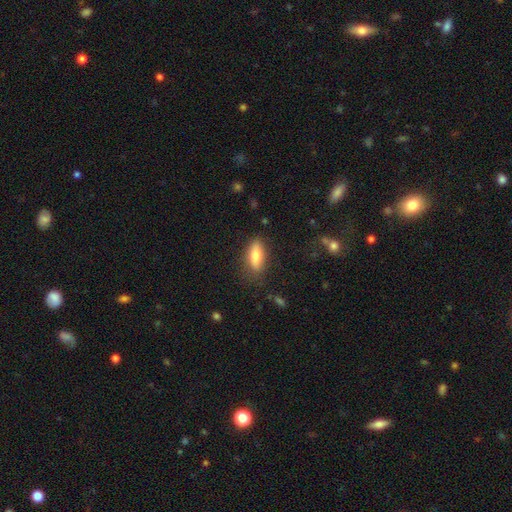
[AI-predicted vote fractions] A smooth galaxy with no disk features (79%) that is in between round and cigar-shaped (73%). Merging: none (78%).